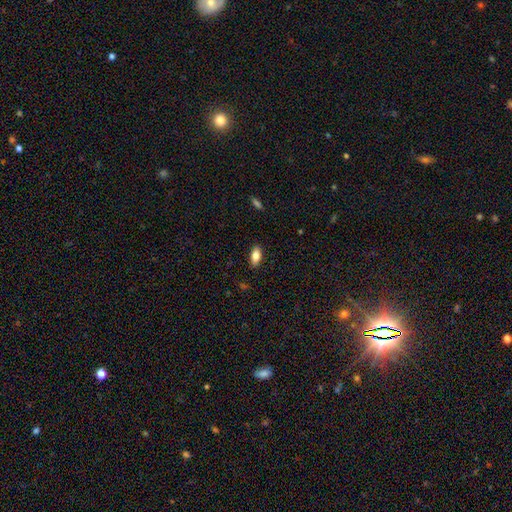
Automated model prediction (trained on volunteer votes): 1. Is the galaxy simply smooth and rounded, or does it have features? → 80% smooth, 13% featured or disk, 7% star or artifact.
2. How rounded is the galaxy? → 87% in between, 9% cigar-shaped, 3% round.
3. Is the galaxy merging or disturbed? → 88% none, 9% minor disturbance, 2% major disturbance, 1% merger.